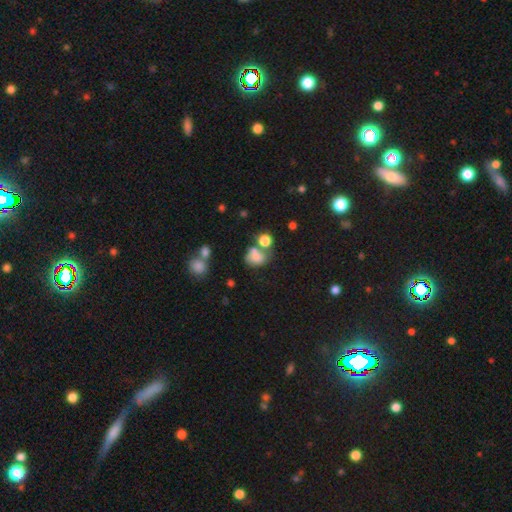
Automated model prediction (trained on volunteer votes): Smooth or featured: smooth — 70% (featured or disk — 16%)
How rounded: round — 50% (in between — 49%)
Merging: none — 37% (merger — 31%)